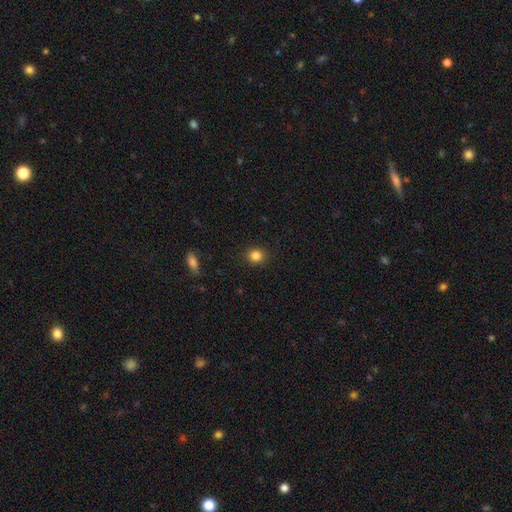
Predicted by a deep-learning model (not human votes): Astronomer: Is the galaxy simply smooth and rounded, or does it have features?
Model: smooth — 84%.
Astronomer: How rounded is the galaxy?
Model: round — 84%.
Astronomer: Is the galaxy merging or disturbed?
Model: none — 91%.